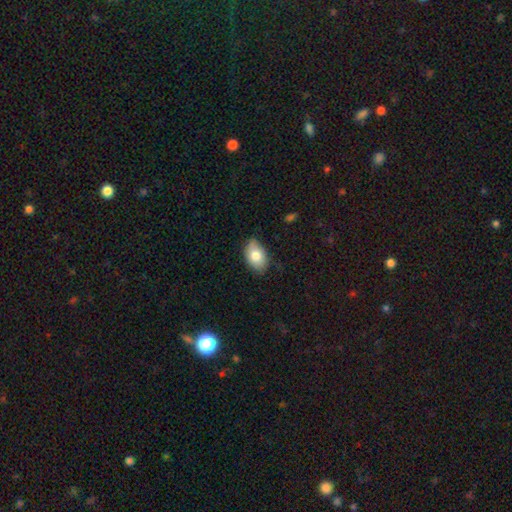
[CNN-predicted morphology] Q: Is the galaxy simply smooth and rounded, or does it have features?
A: smooth — 79%.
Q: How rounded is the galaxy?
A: in between — 89%.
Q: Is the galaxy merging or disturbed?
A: none — 76%.